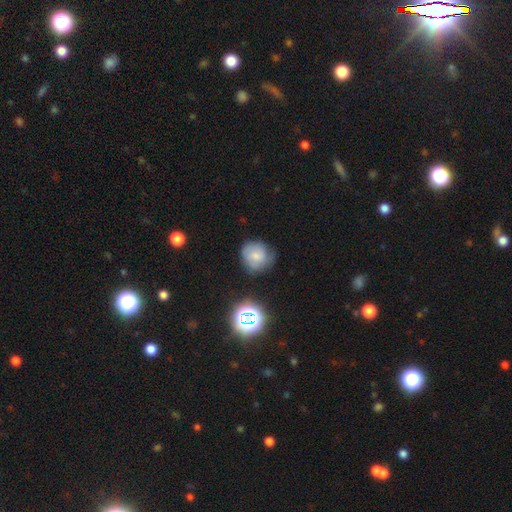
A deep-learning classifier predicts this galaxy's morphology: Smooth or featured: smooth — 69% (featured or disk — 18%)
How rounded: round — 86% (in between — 13%)
Merging: none — 64% (minor disturbance — 27%)